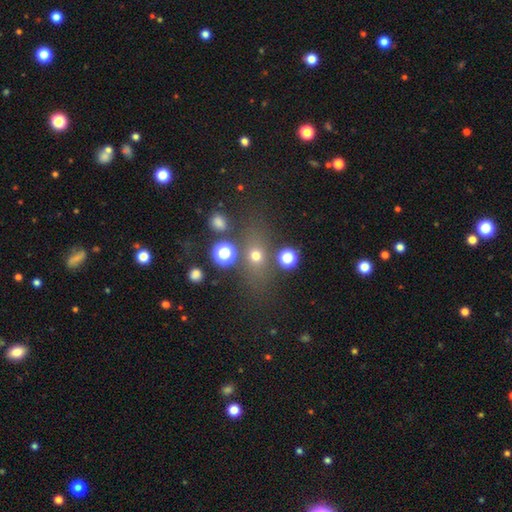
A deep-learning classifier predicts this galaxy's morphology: The model was most divided on "how rounded": round: 47%, in between: 43%, cigar-shaped: 10%. More confident: merging — none (66%); smooth or featured — smooth (61%).